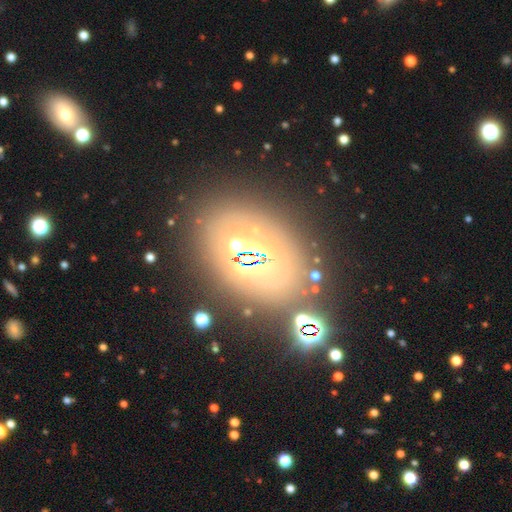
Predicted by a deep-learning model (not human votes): smooth-or-featured: star or artifact: 41% | smooth: 39% | featured or disk: 20%